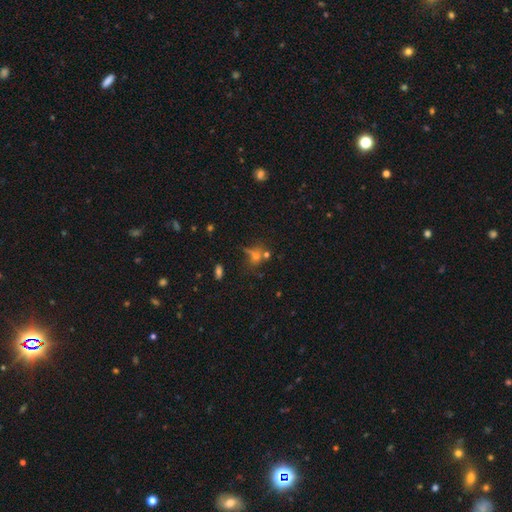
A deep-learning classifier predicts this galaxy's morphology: Q: Smooth or featured?
A: smooth (46%); runner-up: star or artifact (36%)
Q: Merging?
A: none (54%); runner-up: merger (20%)